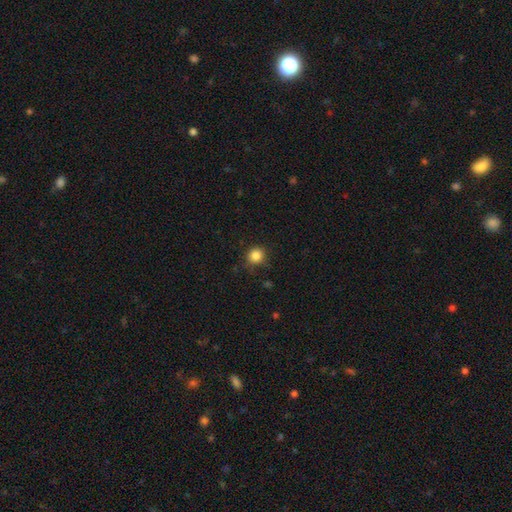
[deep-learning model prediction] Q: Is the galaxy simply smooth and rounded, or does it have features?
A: smooth — 85%.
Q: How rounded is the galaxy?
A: round — 91%.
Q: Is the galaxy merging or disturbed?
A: none — 83%.